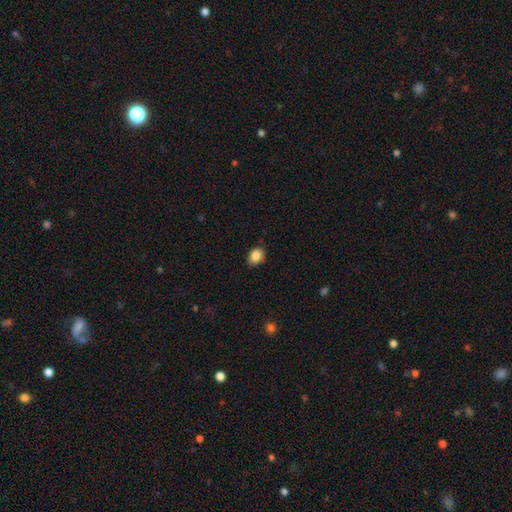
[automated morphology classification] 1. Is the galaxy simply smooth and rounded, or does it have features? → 86% smooth, 9% star or artifact, 5% featured or disk.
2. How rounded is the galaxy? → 56% in between, 43% round, 1% cigar-shaped.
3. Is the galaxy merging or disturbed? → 84% none, 12% minor disturbance, 2% major disturbance, 1% merger.